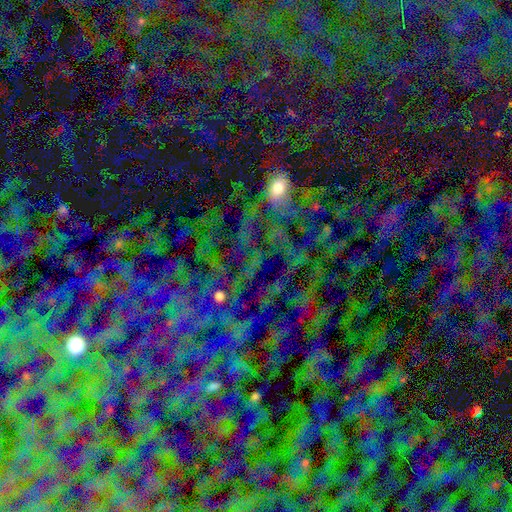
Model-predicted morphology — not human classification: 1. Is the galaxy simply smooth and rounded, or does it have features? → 62% star or artifact, 20% smooth, 18% featured or disk.